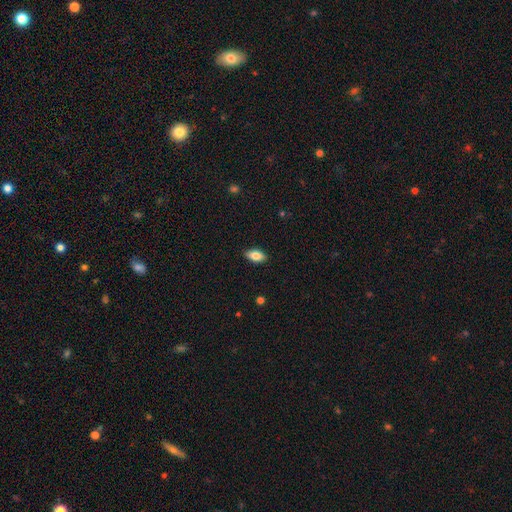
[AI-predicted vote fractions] smooth-or-featured: smooth: 79% | featured or disk: 14% | star or artifact: 7%
  how-rounded: in between: 90% | cigar-shaped: 6% | round: 4%
  merging: none: 89% | minor disturbance: 8% | major disturbance: 2% | merger: 1%